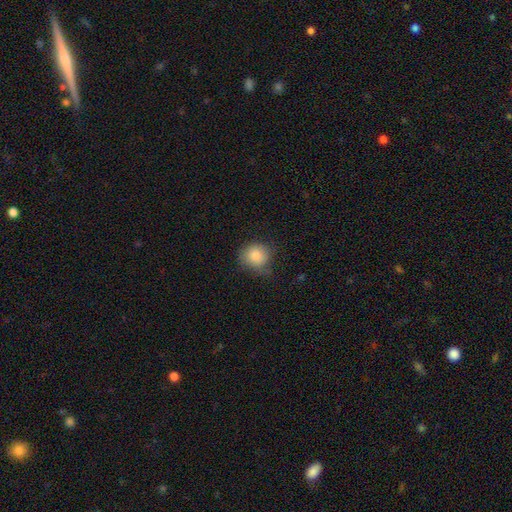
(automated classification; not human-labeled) A smooth galaxy with no disk features (84%) that is round (84%).

Vote fractions:
- Smooth or featured? smooth: 84% / star or artifact: 9% / featured or disk: 8%
- How rounded? round: 84% / in between: 15% / cigar-shaped: 1%
- Merging? none: 61% / minor disturbance: 30% / major disturbance: 8% / merger: 2%